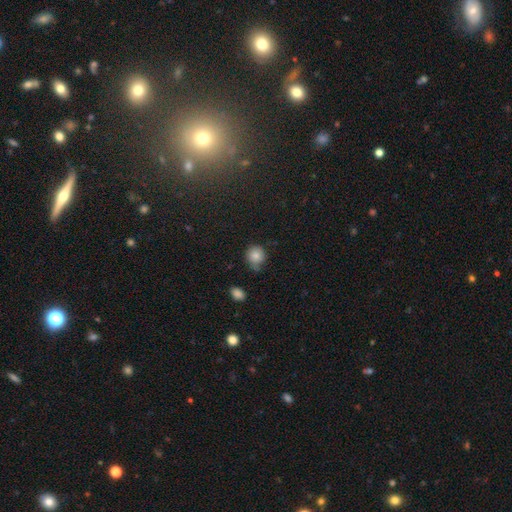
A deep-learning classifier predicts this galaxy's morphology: Smooth or featured? Predicted: smooth (p=0.82). How rounded? Predicted: round (p=0.88). Merging? Predicted: none (p=0.67).